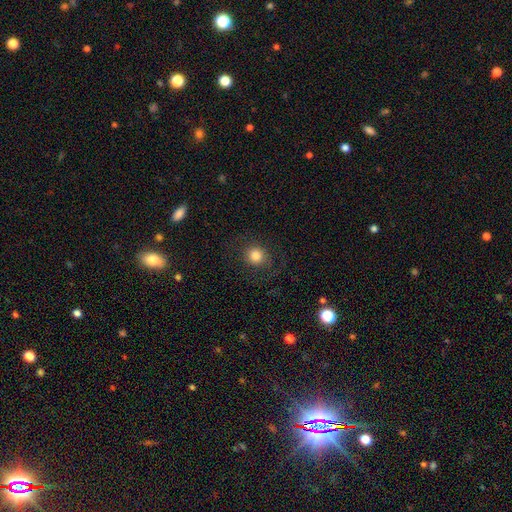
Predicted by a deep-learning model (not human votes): smooth 80%, star or artifact 11%, featured or disk 10%. Down the decision tree: how rounded — round (86%); merging — none (81%).